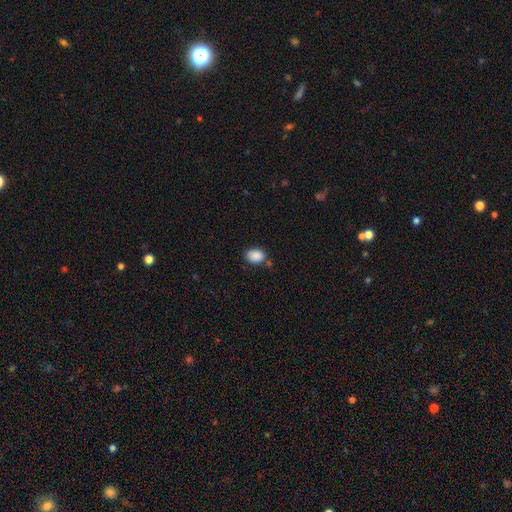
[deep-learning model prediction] smooth 89%, star or artifact 8%, featured or disk 3%. Down the decision tree: how rounded — in between (71%); merging — none (74%).